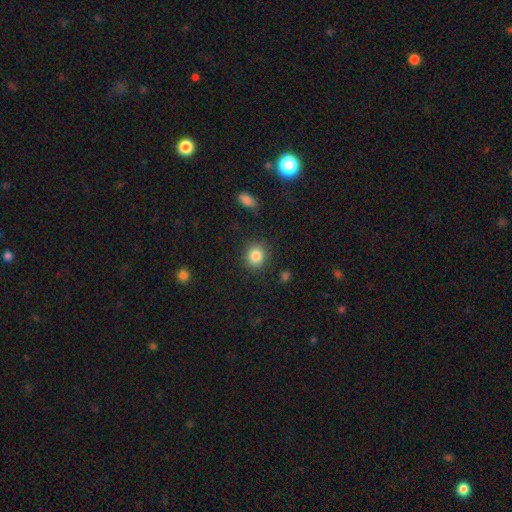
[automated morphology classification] This is clearly a smooth galaxy (85%). How rounded: likely round (79%). Merging: clearly none (88%).